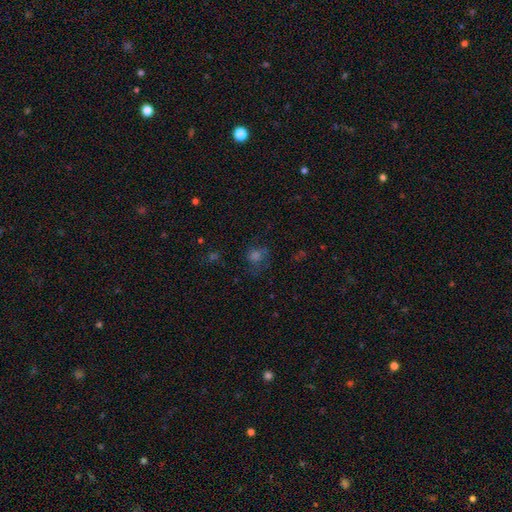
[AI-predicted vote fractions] smooth-or-featured: smooth: 48% | star or artifact: 32% | featured or disk: 20%
  merging: none: 62% | minor disturbance: 18% | major disturbance: 17% | merger: 2%